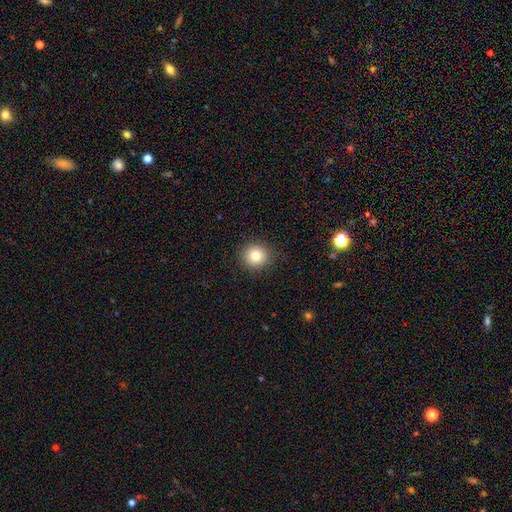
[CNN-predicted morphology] A smooth galaxy with no disk features (81%) that is round (92%).

Vote fractions:
- Smooth or featured? smooth: 81% / star or artifact: 11% / featured or disk: 8%
- How rounded? round: 92% / in between: 7% / cigar-shaped: 1%
- Merging? none: 89% / minor disturbance: 8% / major disturbance: 2% / merger: 1%